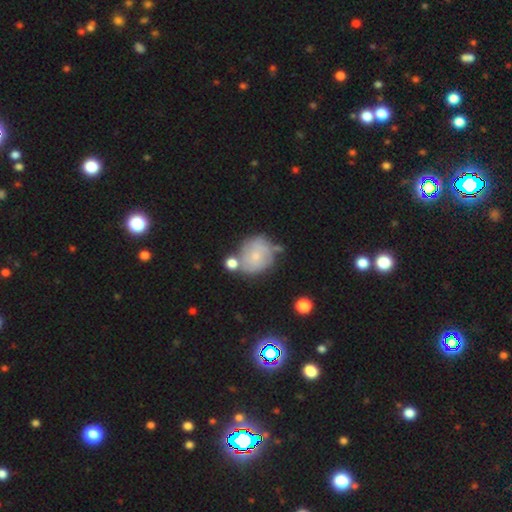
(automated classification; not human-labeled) Overall: smooth (48%; featured or disk 42%). Merging: none (52%; minor disturbance 23%).